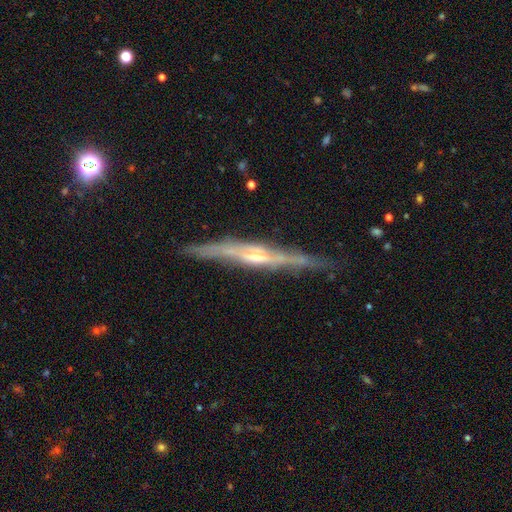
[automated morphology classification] Smooth or featured?
  - featured or disk: 81% *
  - smooth: 13%
  - star or artifact: 6%
Edge-on disk?
  - yes: 95% *
  - no: 5%
Edge-on bulge?
  - rounded: 70% *
  - none: 18%
  - boxy: 12%
Merging?
  - none: 82% *
  - minor disturbance: 14%
  - major disturbance: 3%
  - merger: 2%